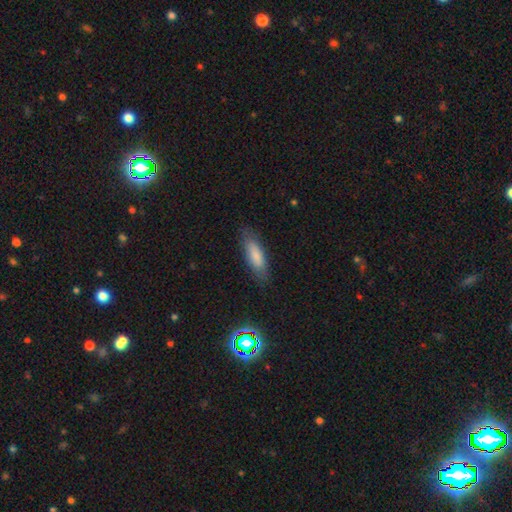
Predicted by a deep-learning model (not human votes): smooth 79%, featured or disk 14%, star or artifact 7%. Down the decision tree: how rounded — in between (57%); merging — none (81%).